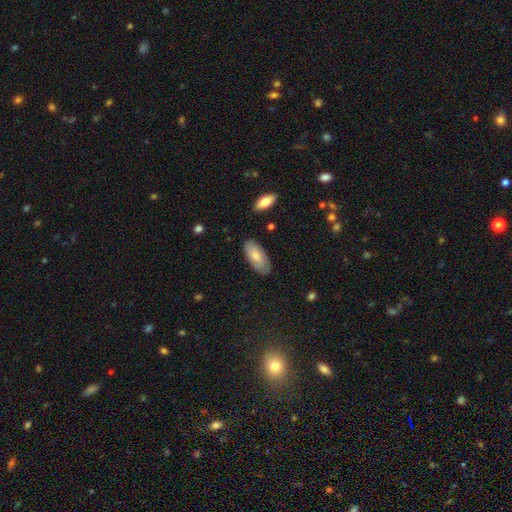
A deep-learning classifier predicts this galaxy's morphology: type=smooth (76%); roundness=in between (89%); merging=none (82%).